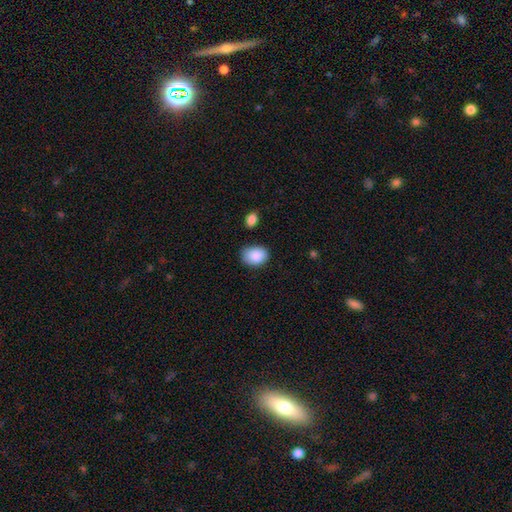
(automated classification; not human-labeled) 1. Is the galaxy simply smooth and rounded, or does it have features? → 89% smooth, 7% star or artifact, 4% featured or disk.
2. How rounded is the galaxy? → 68% in between, 31% round, 1% cigar-shaped.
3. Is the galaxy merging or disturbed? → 71% none, 22% minor disturbance, 4% major disturbance, 3% merger.